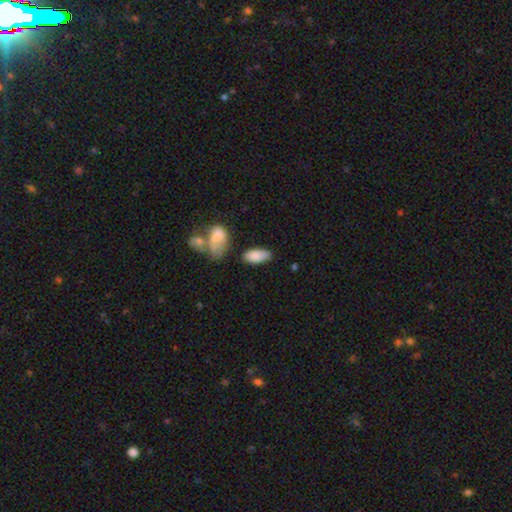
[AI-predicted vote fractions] This appears to be a smooth galaxy with no disk features (85%) that is in between round and cigar-shaped (90%). Merging: none (66%).